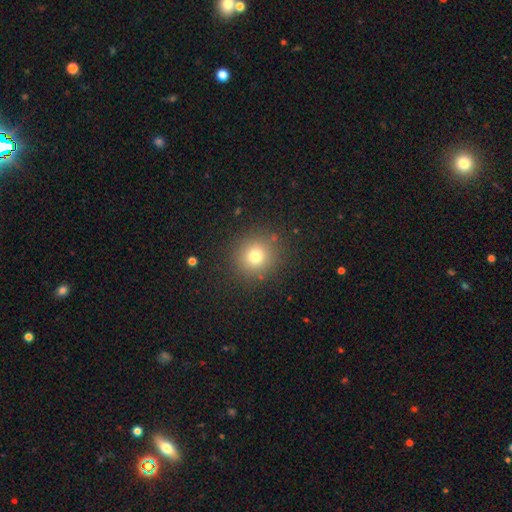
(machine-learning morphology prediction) A smooth galaxy with no disk features (76%) that is round (91%). Merging: none (88%).